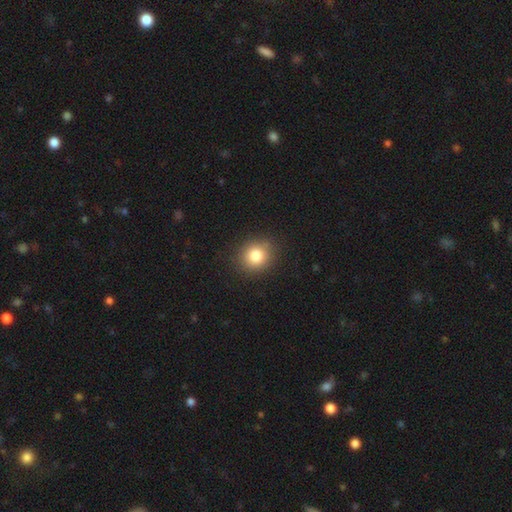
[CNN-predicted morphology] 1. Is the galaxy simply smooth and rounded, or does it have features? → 82% smooth, 11% star or artifact, 7% featured or disk.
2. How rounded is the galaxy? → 79% round, 20% in between, 1% cigar-shaped.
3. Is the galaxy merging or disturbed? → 88% none, 9% minor disturbance, 3% major disturbance, 1% merger.